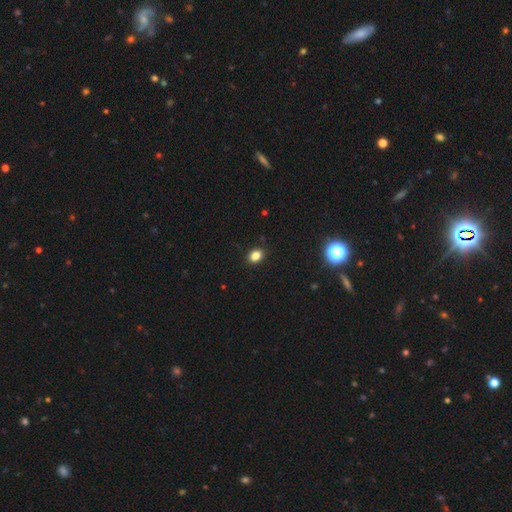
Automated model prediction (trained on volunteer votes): A smooth galaxy with no disk features (84%) that is in between round and cigar-shaped (66%). Merging: none (89%).